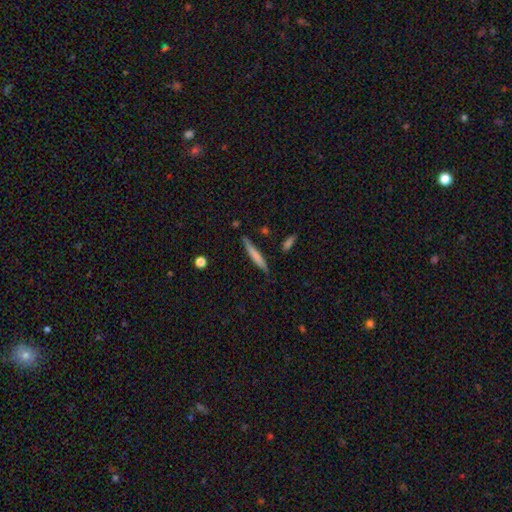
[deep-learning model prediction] This appears to be a smooth galaxy with no disk features (69%) that is cigar-shaped (93%). Merging: none (80%).